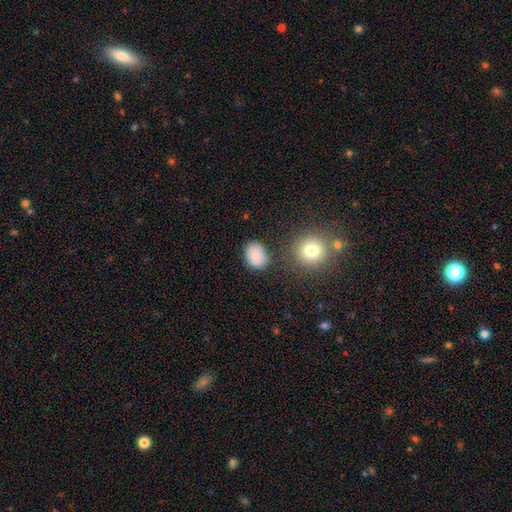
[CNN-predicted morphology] Overall: smooth (83%). How rounded: in between (61%; round 38%). Merging: none (74%).